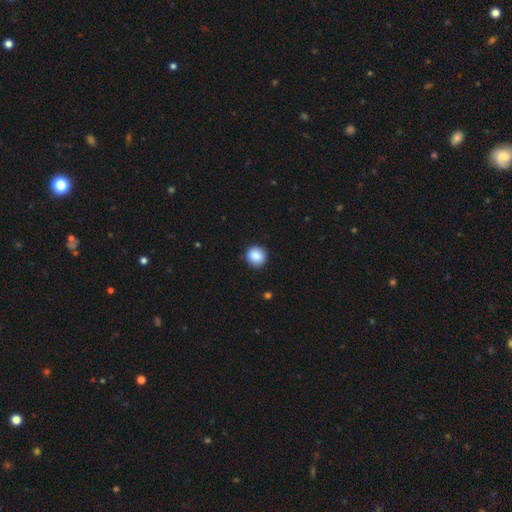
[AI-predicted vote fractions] smooth-or-featured: smooth: 88% | star or artifact: 8% | featured or disk: 4%
  how-rounded: round: 92% | in between: 7% | cigar-shaped: 1%
  merging: none: 91% | minor disturbance: 7% | major disturbance: 2% | merger: 1%